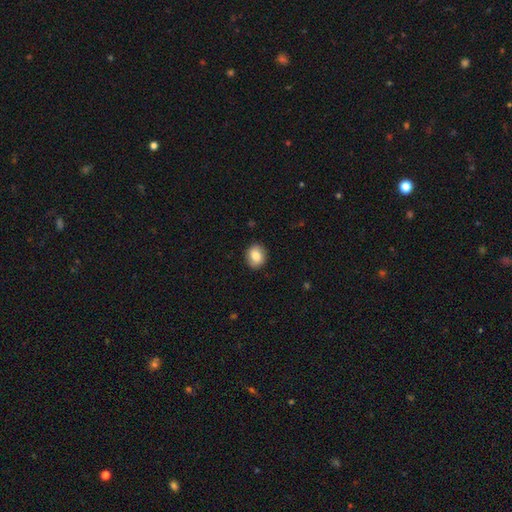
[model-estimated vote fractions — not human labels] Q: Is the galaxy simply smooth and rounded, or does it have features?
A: smooth — 82%.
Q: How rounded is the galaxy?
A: round — 63%.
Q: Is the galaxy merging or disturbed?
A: none — 89%.